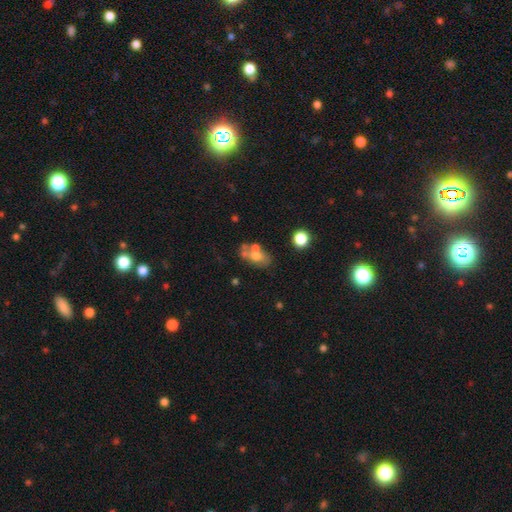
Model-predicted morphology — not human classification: smooth_or_featured: smooth (p=0.51) [alt: featured or disk p=0.38]
how_rounded: in between (p=0.81) [alt: round p=0.15]
merging: none (p=0.40) [alt: merger p=0.31]